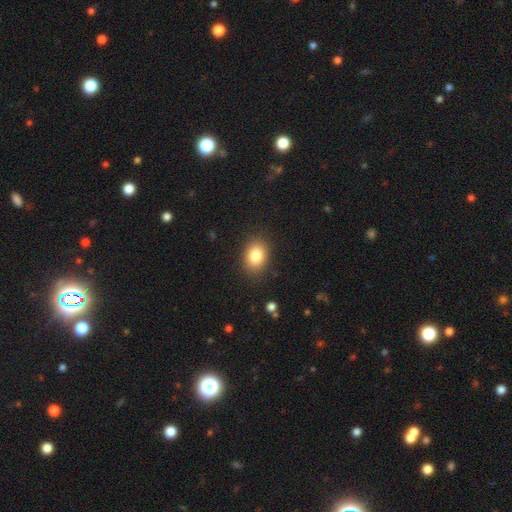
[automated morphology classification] This is clearly a smooth galaxy (83%). How rounded: likely in between (70%). Merging: clearly none (87%).